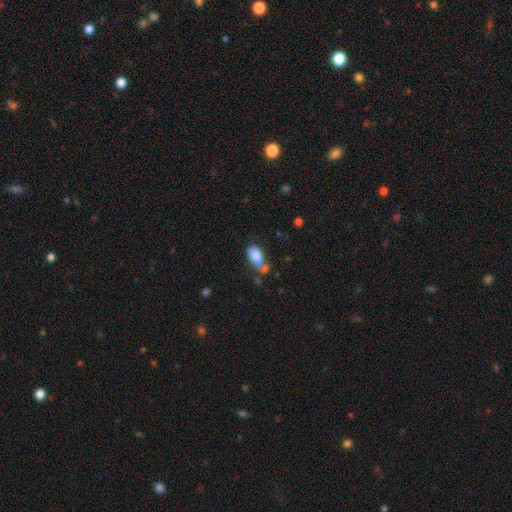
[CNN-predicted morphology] smooth_or_featured: smooth (p=0.83) [alt: featured or disk p=0.09]
how_rounded: in between (p=0.90) [alt: cigar-shaped p=0.06]
merging: none (p=0.43) [alt: merger p=0.25]